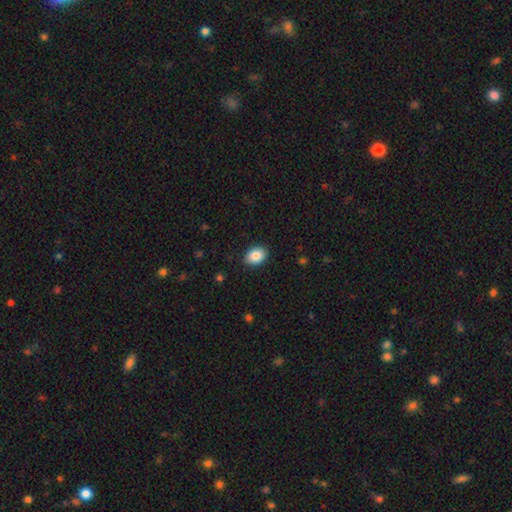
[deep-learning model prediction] This is clearly a smooth galaxy (86%). How rounded: likely in between (72%). Merging: clearly none (89%).